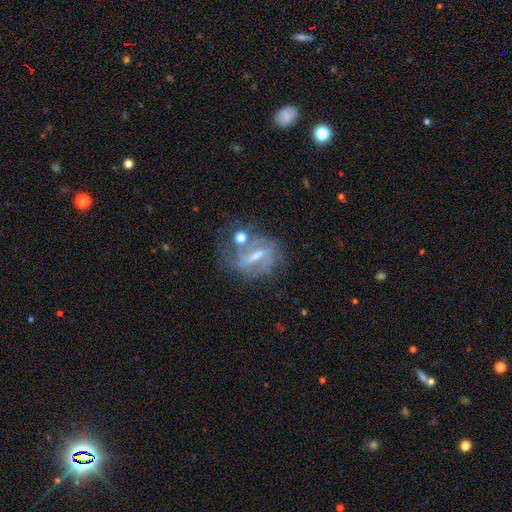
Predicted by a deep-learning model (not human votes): Q: Smooth or featured?
A: featured or disk (74%); runner-up: smooth (15%)
Q: Edge-on disk?
A: no (90%); runner-up: yes (10%)
Q: Bar?
A: strong (60%); runner-up: weak (30%)
Q: Spiral arms?
A: yes (74%); runner-up: no (26%)
Q: Bulge size?
A: small (38%); runner-up: moderate (35%)
Q: Merging?
A: none (48%); runner-up: minor disturbance (19%)